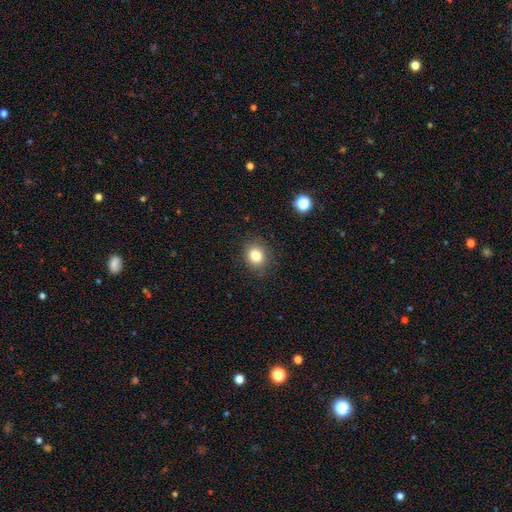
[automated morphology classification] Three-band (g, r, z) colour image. It shows a smooth galaxy with no disk features (82%) that is round (65%). Merging: none (86%).